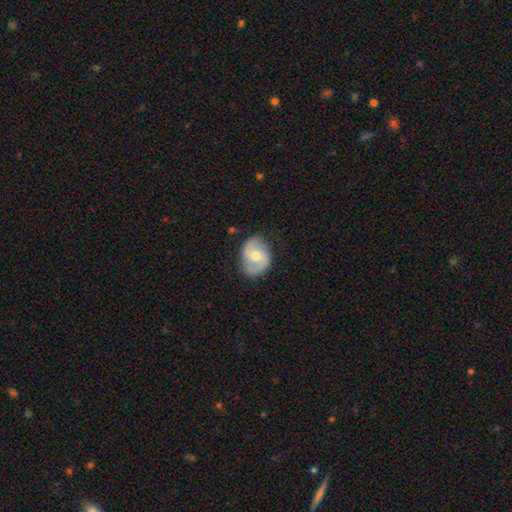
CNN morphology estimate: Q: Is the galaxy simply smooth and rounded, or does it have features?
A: featured or disk — 68%.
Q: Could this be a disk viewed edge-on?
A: no — 97%.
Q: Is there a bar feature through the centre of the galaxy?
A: no — 52%.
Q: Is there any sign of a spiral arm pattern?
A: yes — 88%.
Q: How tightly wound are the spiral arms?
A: medium — 49%.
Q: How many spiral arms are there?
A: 2 — 88%.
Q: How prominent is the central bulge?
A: moderate — 67%.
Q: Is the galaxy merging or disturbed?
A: none — 77%.